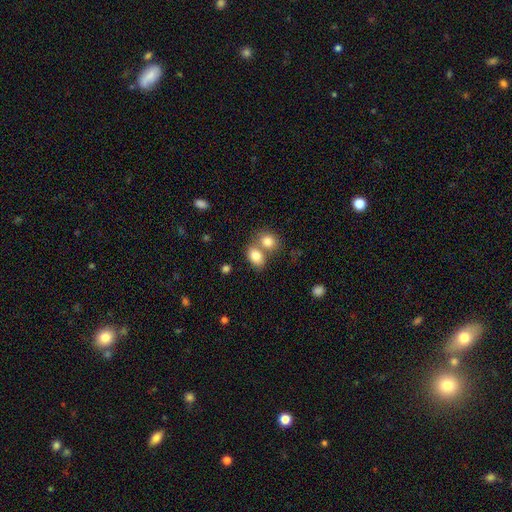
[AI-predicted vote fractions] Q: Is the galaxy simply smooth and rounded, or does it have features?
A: smooth — 81%.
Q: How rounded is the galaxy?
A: in between — 72%.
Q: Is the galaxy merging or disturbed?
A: merger — 50%.